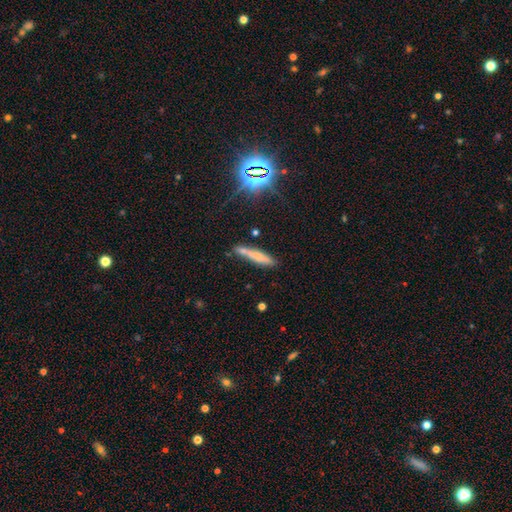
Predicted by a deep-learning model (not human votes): Smooth or featured? Predicted: smooth (p=0.57). How rounded? Predicted: cigar-shaped (p=0.87). Merging? Predicted: none (p=0.62).